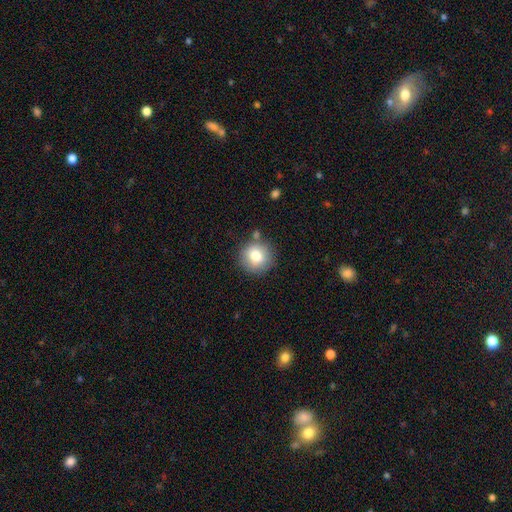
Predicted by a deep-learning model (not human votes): Smooth or featured? Predicted: smooth (p=0.80). How rounded? Predicted: round (p=0.92). Merging? Predicted: none (p=0.80).